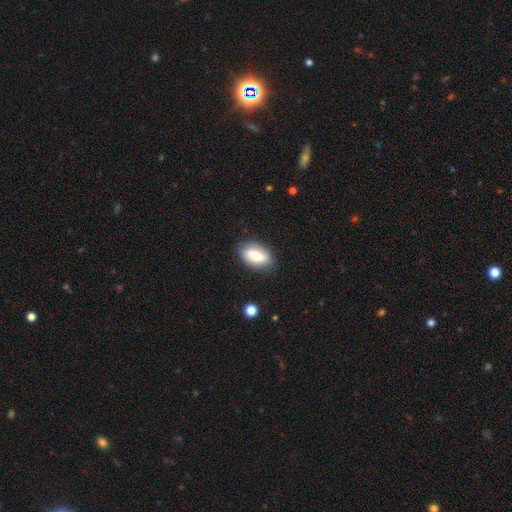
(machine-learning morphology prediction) smooth-or-featured: smooth: 71% | featured or disk: 21% | star or artifact: 8%
  how-rounded: in between: 90% | round: 7% | cigar-shaped: 3%
  merging: none: 78% | minor disturbance: 17% | major disturbance: 4% | merger: 2%